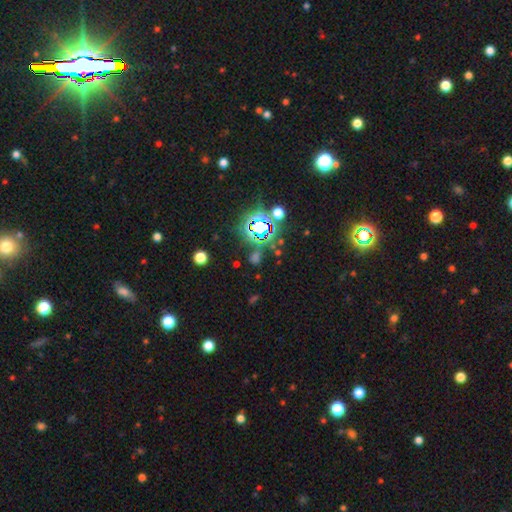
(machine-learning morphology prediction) Overall: star or artifact (71%).